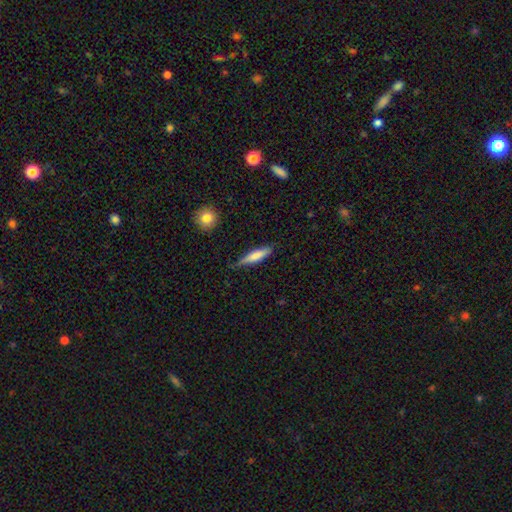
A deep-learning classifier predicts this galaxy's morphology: Q: Smooth or featured?
A: smooth (68%); runner-up: featured or disk (26%)
Q: How rounded?
A: cigar-shaped (83%); runner-up: in between (16%)
Q: Merging?
A: none (76%); runner-up: minor disturbance (19%)